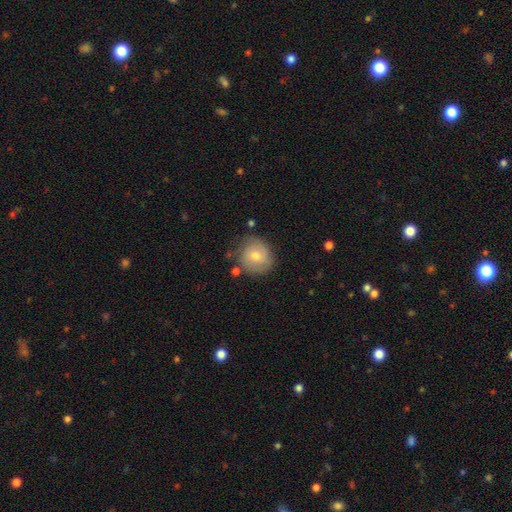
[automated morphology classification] A smooth galaxy with no disk features (57%) that is round (86%).

Vote fractions:
- Smooth or featured? smooth: 57% / featured or disk: 34% / star or artifact: 9%
- How rounded? round: 86% / in between: 13% / cigar-shaped: 1%
- Merging? none: 75% / minor disturbance: 17% / major disturbance: 5% / merger: 3%